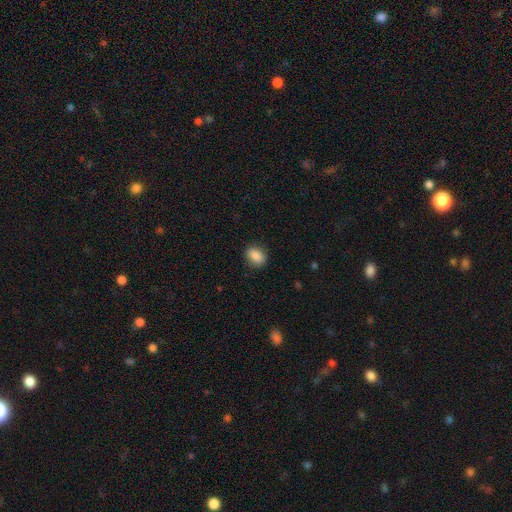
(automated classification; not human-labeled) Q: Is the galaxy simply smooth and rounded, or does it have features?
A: smooth — 88%.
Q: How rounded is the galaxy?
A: in between — 72%.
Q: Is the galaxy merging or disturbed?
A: none — 86%.